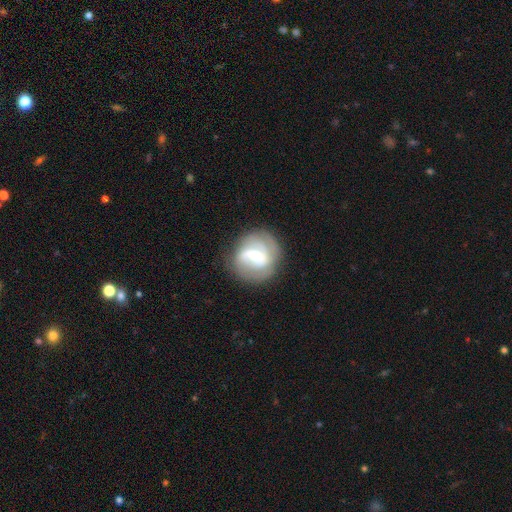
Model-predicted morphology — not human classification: Smooth or featured? featured or disk (68%)
Edge-on disk? no (97%)
Bar? weak (47%)
Spiral arms? yes (79%)
Spiral winding? medium (39%)
Spiral arm count? 2 (57%)
Bulge size? small (46%)
Merging? none (73%)